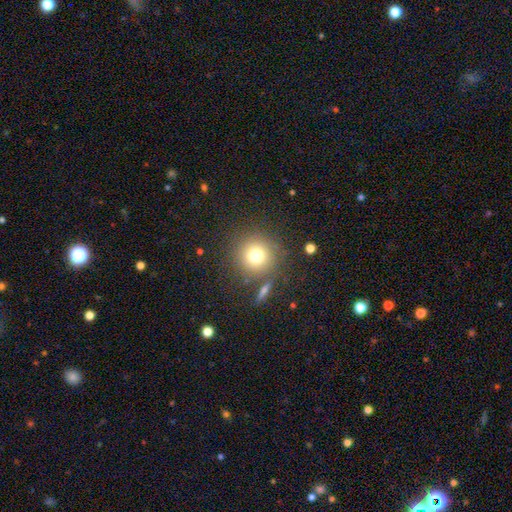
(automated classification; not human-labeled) A smooth galaxy with no disk features (76%) that is round (94%).

Vote fractions:
- Smooth or featured? smooth: 76% / star or artifact: 14% / featured or disk: 10%
- How rounded? round: 94% / in between: 5% / cigar-shaped: 1%
- Merging? none: 82% / minor disturbance: 8% / merger: 6% / major disturbance: 4%